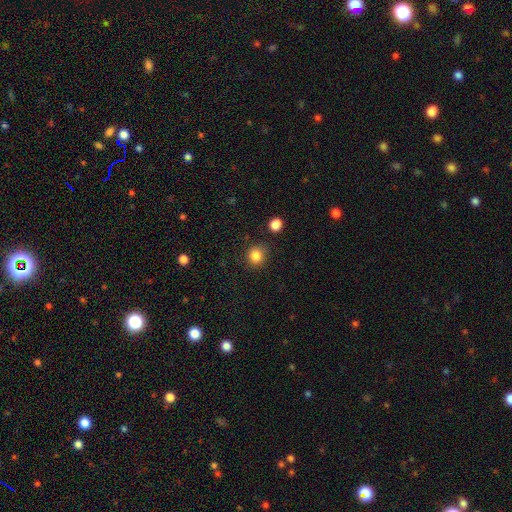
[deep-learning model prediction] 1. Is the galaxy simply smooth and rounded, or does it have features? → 85% smooth, 11% star or artifact, 4% featured or disk.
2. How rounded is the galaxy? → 89% round, 11% in between, 1% cigar-shaped.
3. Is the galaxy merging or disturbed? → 84% none, 10% minor disturbance, 3% major disturbance, 3% merger.